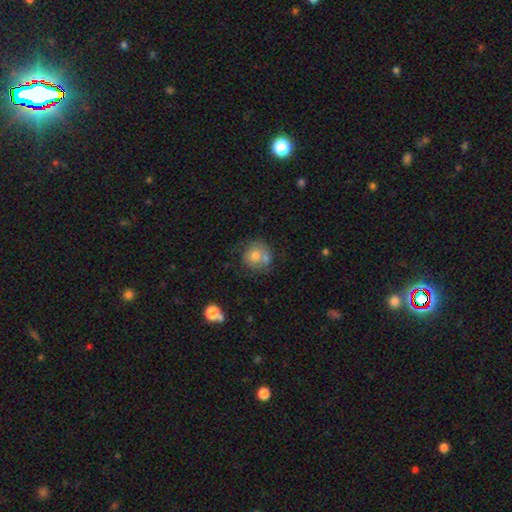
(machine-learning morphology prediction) The model was most divided on "merging": none: 50%, merger: 26%, minor disturbance: 17%, major disturbance: 7%. More confident: how rounded — round (88%); smooth or featured — smooth (67%).